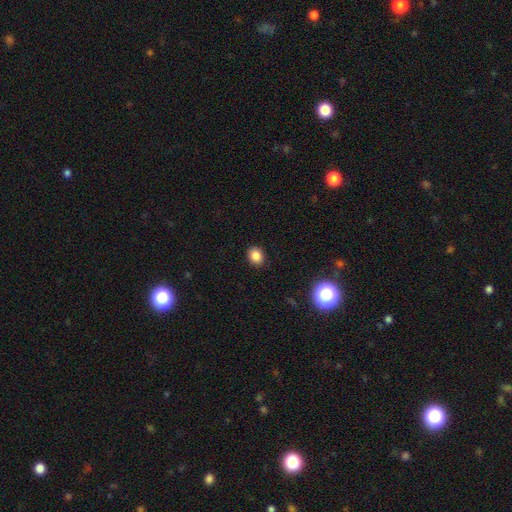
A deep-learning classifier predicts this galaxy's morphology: A smooth galaxy with no disk features (84%) that is round (57%). Merging: none (90%).